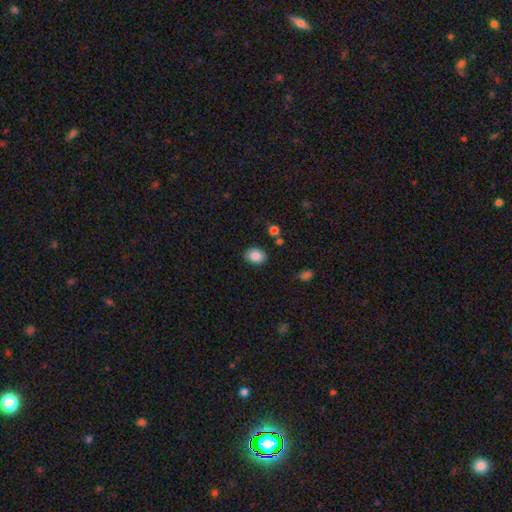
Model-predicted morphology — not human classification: Smooth or featured? smooth (85%)
How rounded? in between (65%)
Merging? none (86%)